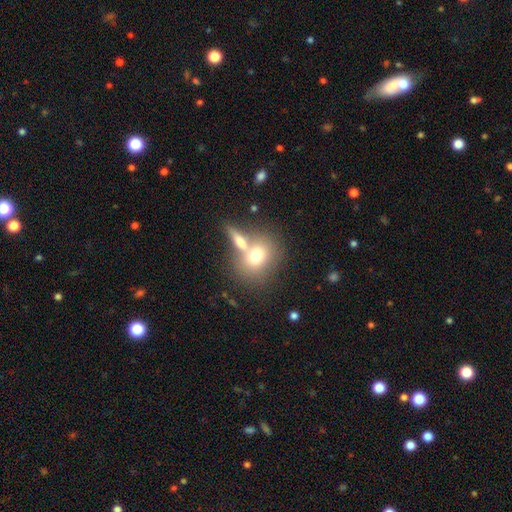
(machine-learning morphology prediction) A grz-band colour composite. It shows a smooth galaxy with no disk features (69%) that is round (63%). Merging: none (44%).